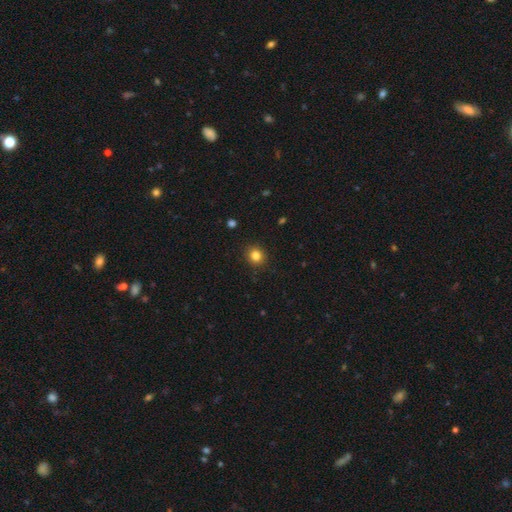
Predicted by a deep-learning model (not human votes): smooth-or-featured: smooth: 83% | star or artifact: 12% | featured or disk: 5%
  how-rounded: round: 82% | in between: 17% | cigar-shaped: 1%
  merging: none: 90% | minor disturbance: 7% | major disturbance: 2% | merger: 1%